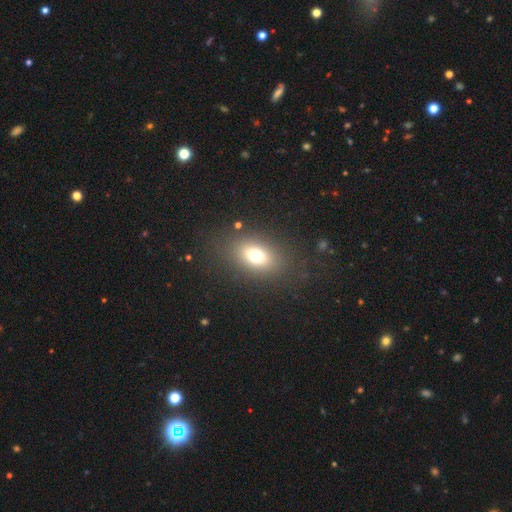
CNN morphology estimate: smooth 70%, star or artifact 15%, featured or disk 15%. Down the decision tree: how rounded — in between (72%); merging — none (83%).